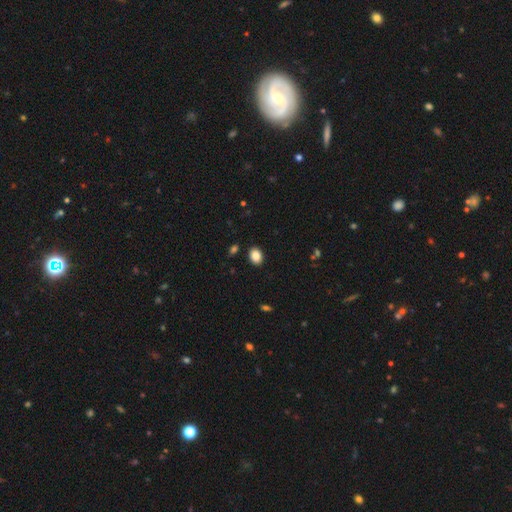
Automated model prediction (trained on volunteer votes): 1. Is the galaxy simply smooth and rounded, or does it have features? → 86% smooth, 9% star or artifact, 5% featured or disk.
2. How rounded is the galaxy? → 66% in between, 33% round, 1% cigar-shaped.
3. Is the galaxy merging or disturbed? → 89% none, 7% minor disturbance, 2% major disturbance, 2% merger.